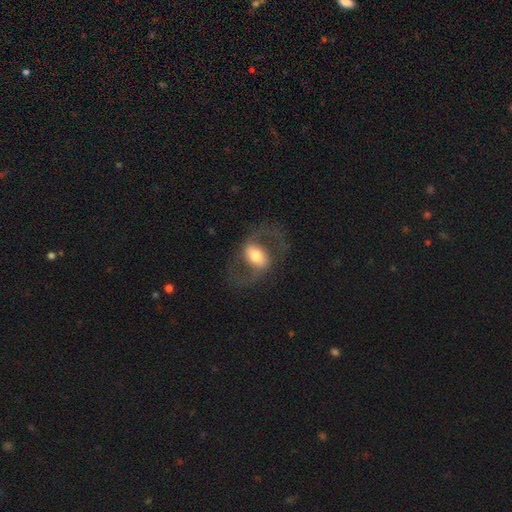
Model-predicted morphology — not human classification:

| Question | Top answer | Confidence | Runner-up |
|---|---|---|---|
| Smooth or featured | featured or disk | 70% | smooth (24%) |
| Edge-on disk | no | 94% | yes (6%) |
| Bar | strong | 41% | weak (35%) |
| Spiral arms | yes | 77% | no (23%) |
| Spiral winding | medium | 49% | loose (39%) |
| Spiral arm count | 2 | 90% | can't tell (5%) |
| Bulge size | moderate | 54% | large (28%) |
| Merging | none | 70% | major disturbance (16%) |